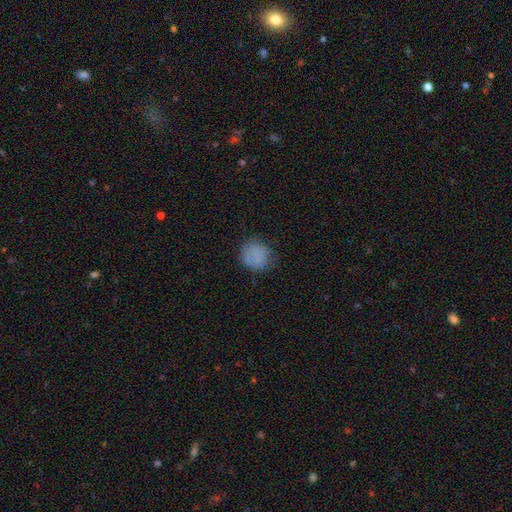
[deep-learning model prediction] This appears to be a smooth galaxy with no disk features (82%) that is round (84%). Merging: none (71%).